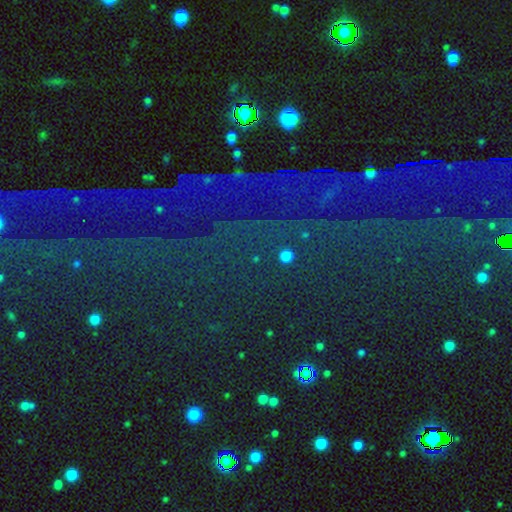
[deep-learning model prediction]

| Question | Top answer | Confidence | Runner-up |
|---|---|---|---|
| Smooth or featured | star or artifact | 82% | smooth (10%) |